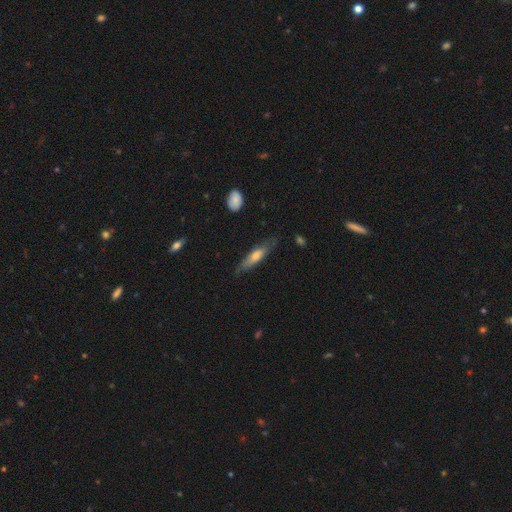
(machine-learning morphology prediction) Overall: smooth (56%; featured or disk 38%). How rounded: cigar-shaped (74%). Merging: none (71%).